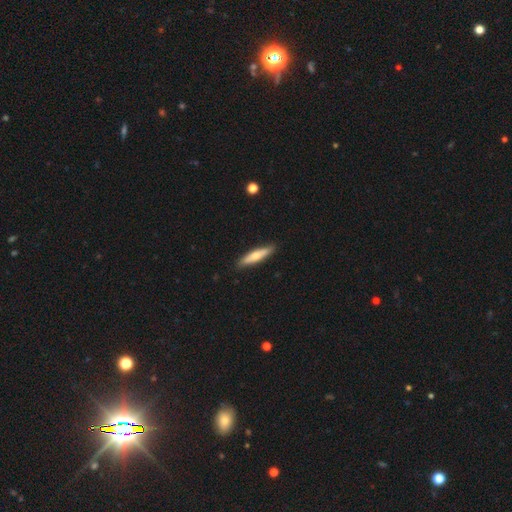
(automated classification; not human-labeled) smooth 57%, featured or disk 38%, star or artifact 5%. Down the decision tree: how rounded — cigar-shaped (81%); merging — none (89%).